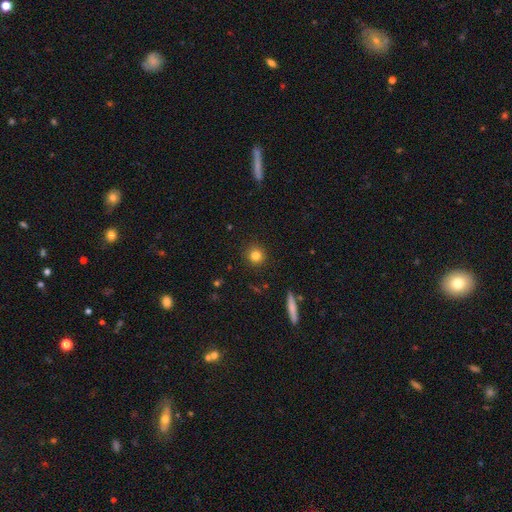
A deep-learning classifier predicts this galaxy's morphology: Smooth or featured: smooth — 81% (star or artifact — 12%)
How rounded: round — 93% (in between — 6%)
Merging: none — 91% (minor disturbance — 6%)